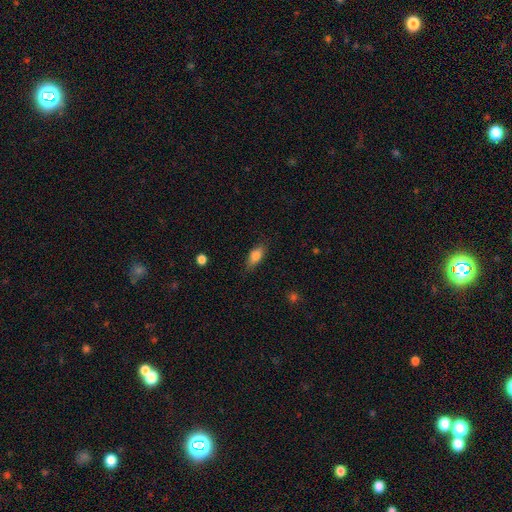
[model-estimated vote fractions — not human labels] A smooth galaxy with no disk features (79%) that is in between round and cigar-shaped (78%).

Vote fractions:
- Smooth or featured? smooth: 79% / featured or disk: 13% / star or artifact: 8%
- How rounded? in between: 78% / cigar-shaped: 18% / round: 4%
- Merging? none: 80% / minor disturbance: 16% / major disturbance: 3% / merger: 1%